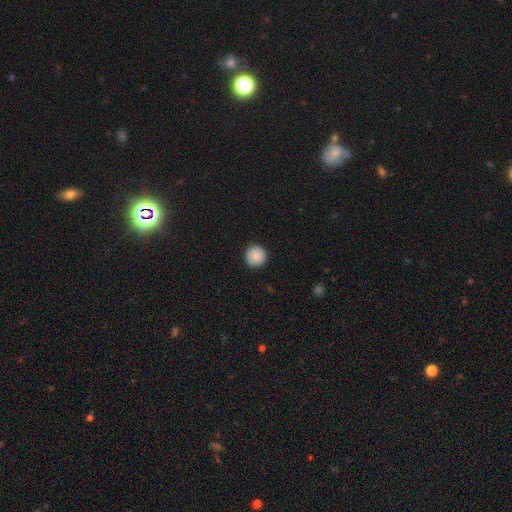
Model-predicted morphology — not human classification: A smooth galaxy with no disk features (89%) that is round (96%).

Vote fractions:
- Smooth or featured? smooth: 89% / star or artifact: 8% / featured or disk: 4%
- How rounded? round: 96% / in between: 4% / cigar-shaped: 1%
- Merging? none: 91% / minor disturbance: 6% / major disturbance: 2% / merger: 1%